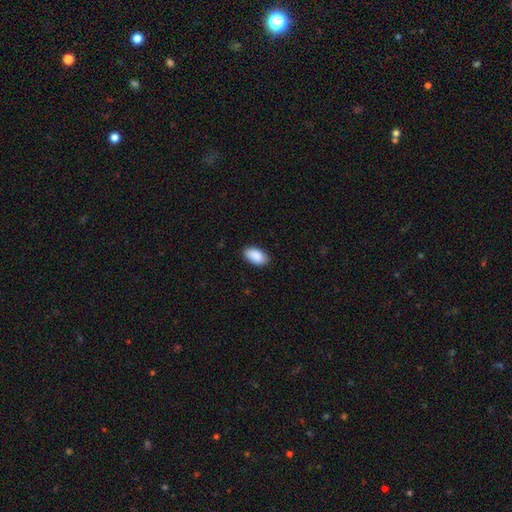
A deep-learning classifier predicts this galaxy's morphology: Smooth or featured? smooth (90%)
How rounded? in between (95%)
Merging? none (88%)